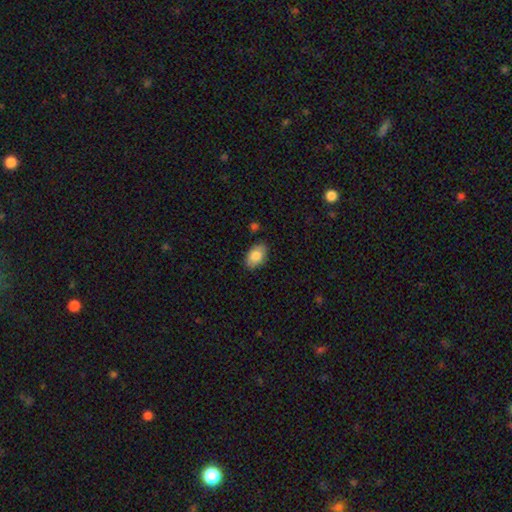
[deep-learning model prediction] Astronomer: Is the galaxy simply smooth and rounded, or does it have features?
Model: smooth — 84%.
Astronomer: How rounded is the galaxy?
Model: in between — 91%.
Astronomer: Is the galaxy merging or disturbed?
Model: none — 85%.